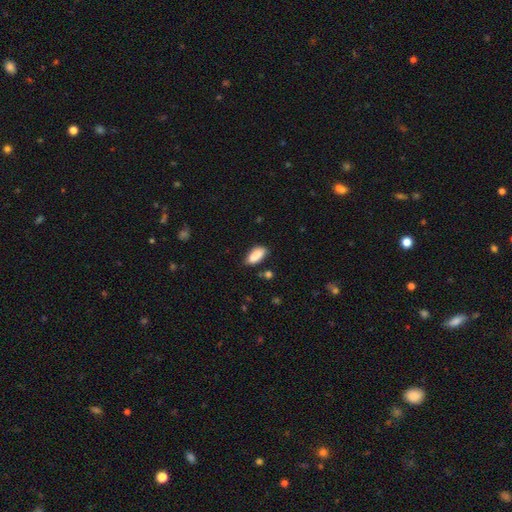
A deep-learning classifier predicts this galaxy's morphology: Smooth or featured?
  - smooth: 88% *
  - star or artifact: 7%
  - featured or disk: 5%
How rounded?
  - in between: 85% *
  - cigar-shaped: 13%
  - round: 2%
Merging?
  - none: 73% *
  - minor disturbance: 19%
  - merger: 4%
  - major disturbance: 4%